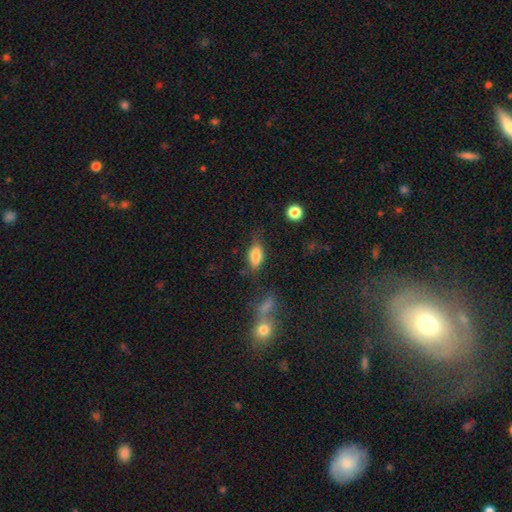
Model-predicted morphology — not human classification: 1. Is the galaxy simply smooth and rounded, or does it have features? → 81% smooth, 11% featured or disk, 8% star or artifact.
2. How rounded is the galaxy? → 85% in between, 10% cigar-shaped, 5% round.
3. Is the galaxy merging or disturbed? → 62% none, 23% minor disturbance, 9% major disturbance, 5% merger.